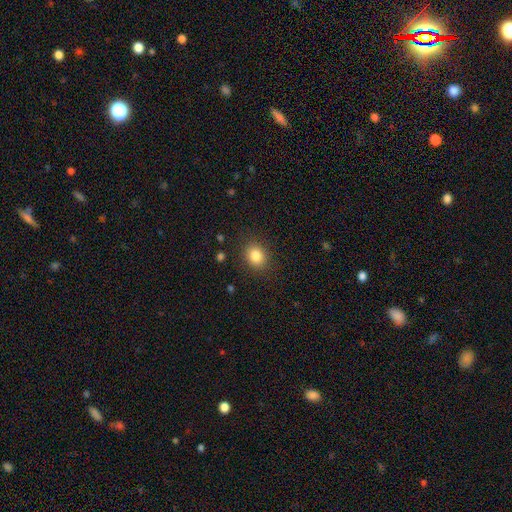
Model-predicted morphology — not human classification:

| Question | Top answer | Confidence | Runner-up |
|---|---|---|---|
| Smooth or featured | smooth | 83% | star or artifact (10%) |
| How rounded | round | 59% | in between (40%) |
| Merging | none | 87% | minor disturbance (9%) |